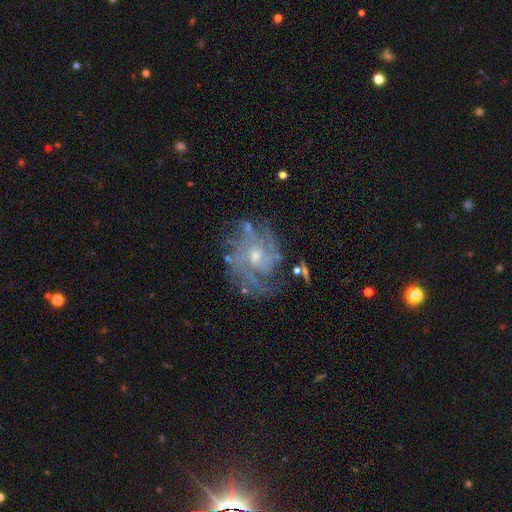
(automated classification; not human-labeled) Smooth or featured? featured or disk (85%)
Edge-on disk? no (97%)
Bar? no (75%)
Spiral arms? yes (92%)
Spiral winding? tight (55%)
Spiral arm count? can't tell (36%)
Bulge size? small (54%)
Merging? none (67%)